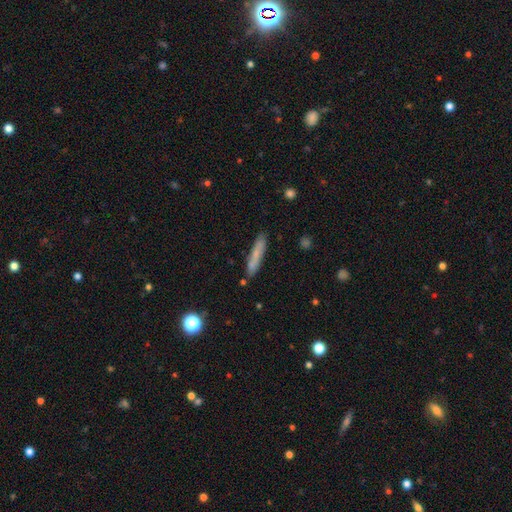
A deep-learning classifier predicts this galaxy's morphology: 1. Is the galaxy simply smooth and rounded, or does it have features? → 70% smooth, 22% featured or disk, 8% star or artifact.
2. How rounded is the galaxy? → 92% cigar-shaped, 6% in between, 2% round.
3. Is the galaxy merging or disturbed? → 84% none, 11% minor disturbance, 2% merger, 2% major disturbance.